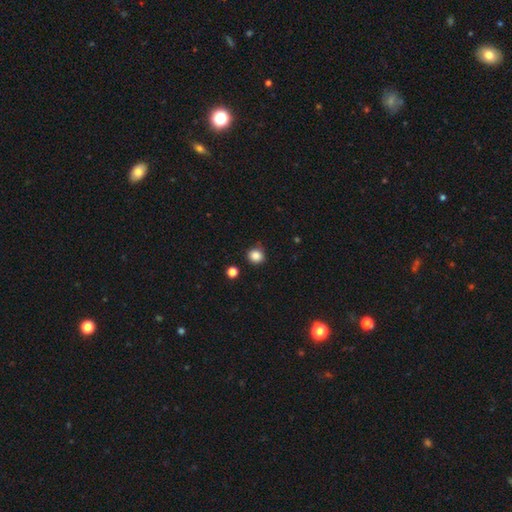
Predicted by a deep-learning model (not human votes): This appears to be a smooth galaxy with no disk features (84%) that is round (87%). Merging: none (84%).